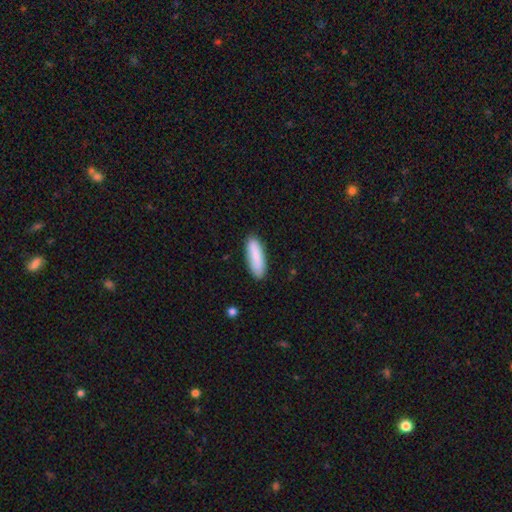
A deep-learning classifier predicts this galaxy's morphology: The model was most divided on "how rounded": in between: 53%, cigar-shaped: 45%, round: 2%. More confident: merging — none (86%); smooth or featured — smooth (85%).